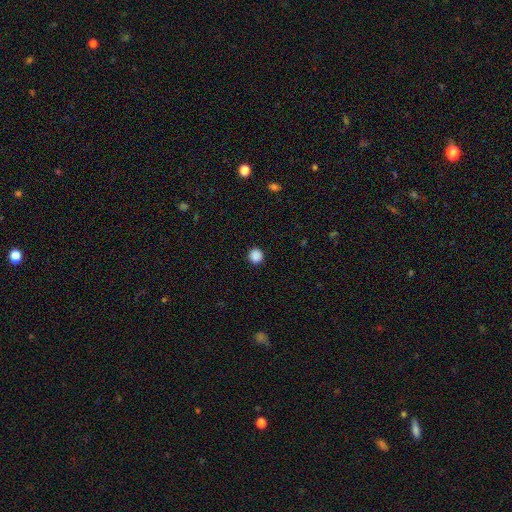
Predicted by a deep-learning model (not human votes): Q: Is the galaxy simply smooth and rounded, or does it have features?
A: smooth — 88%.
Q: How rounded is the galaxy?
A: round — 94%.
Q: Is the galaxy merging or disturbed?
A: none — 92%.